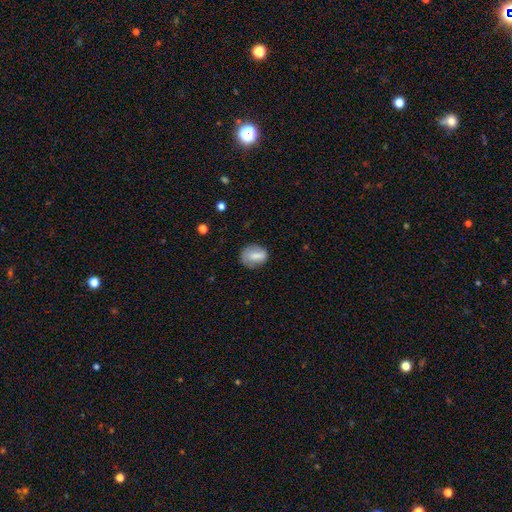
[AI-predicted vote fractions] Overall: smooth (67%). How rounded: in between (61%; round 36%). Merging: none (70%).